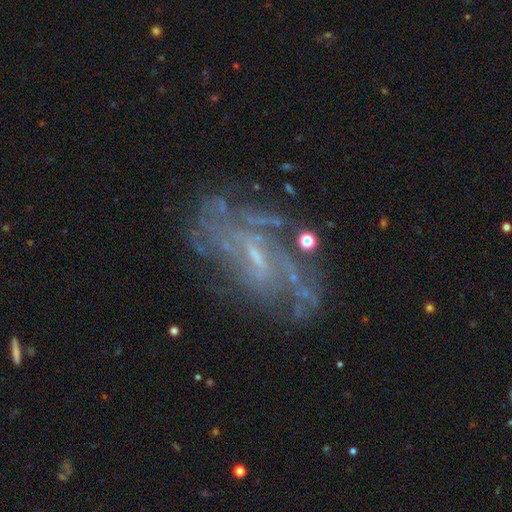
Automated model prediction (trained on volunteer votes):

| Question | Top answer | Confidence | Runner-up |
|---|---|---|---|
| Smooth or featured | featured or disk | 78% | star or artifact (12%) |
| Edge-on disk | no | 94% | yes (6%) |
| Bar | weak | 47% | no (38%) |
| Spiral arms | yes | 83% | no (17%) |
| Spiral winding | tight | 42% | medium (37%) |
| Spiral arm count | can't tell | 48% | 2 (14%) |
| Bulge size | small | 72% | moderate (14%) |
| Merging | none | 67% | minor disturbance (17%) |